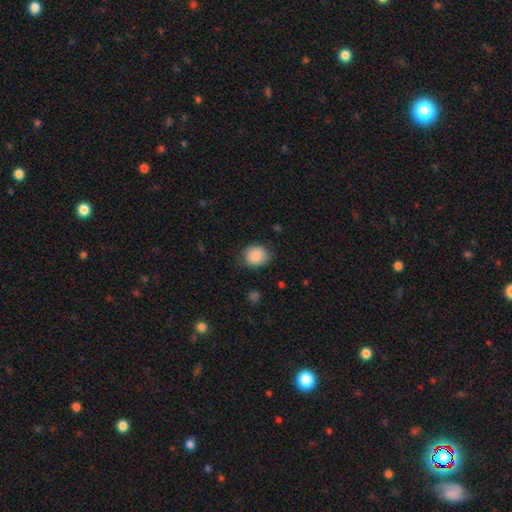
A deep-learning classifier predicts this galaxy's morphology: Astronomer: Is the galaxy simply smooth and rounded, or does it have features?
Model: smooth — 87%.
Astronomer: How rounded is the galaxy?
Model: round — 77%.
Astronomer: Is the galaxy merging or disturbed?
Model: none — 81%.